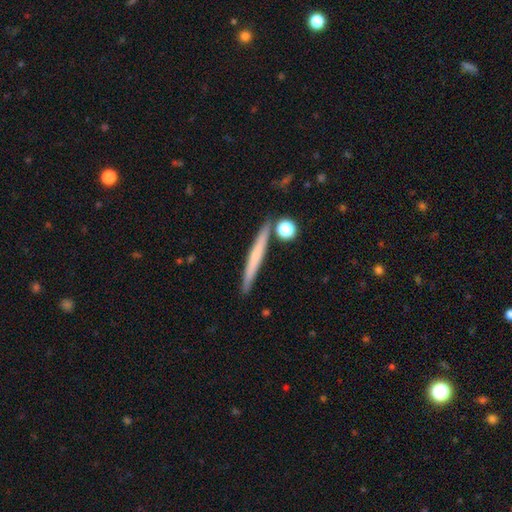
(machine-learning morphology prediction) type=smooth (54%); roundness=cigar-shaped (96%); merging=none (85%).